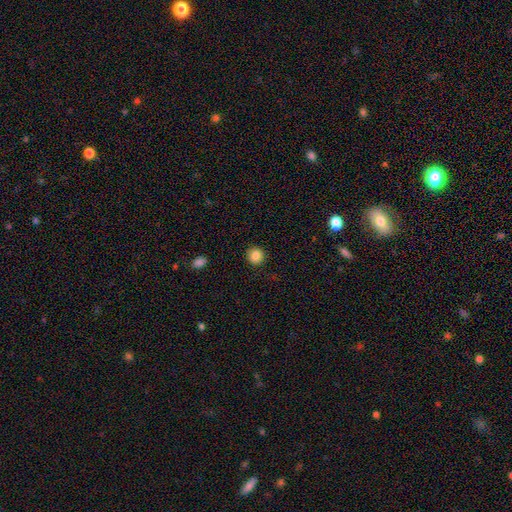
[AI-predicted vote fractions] Overall: smooth (85%). How rounded: round (90%). Merging: none (90%).